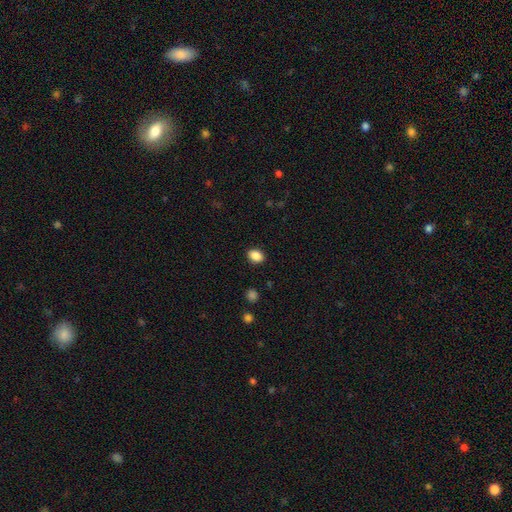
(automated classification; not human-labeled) Smooth or featured?
  - smooth: 88% *
  - star or artifact: 9%
  - featured or disk: 3%
How rounded?
  - in between: 72% *
  - round: 27%
  - cigar-shaped: 1%
Merging?
  - none: 89% *
  - minor disturbance: 8%
  - major disturbance: 2%
  - merger: 1%